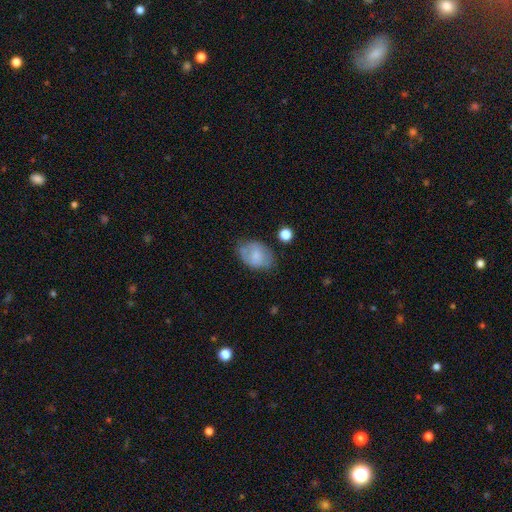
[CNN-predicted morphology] This is likely a smooth galaxy (66%). How rounded: likely in between (80%). Merging: possibly none (58%).